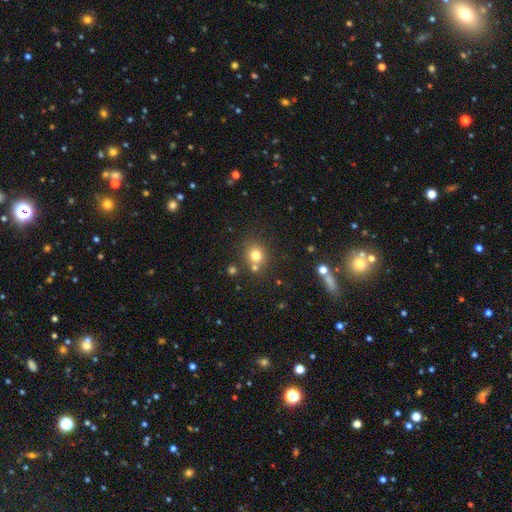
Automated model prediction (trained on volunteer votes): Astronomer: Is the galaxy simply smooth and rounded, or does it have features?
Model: smooth — 76%.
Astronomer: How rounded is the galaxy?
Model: round — 85%.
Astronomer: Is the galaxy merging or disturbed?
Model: none — 71%.